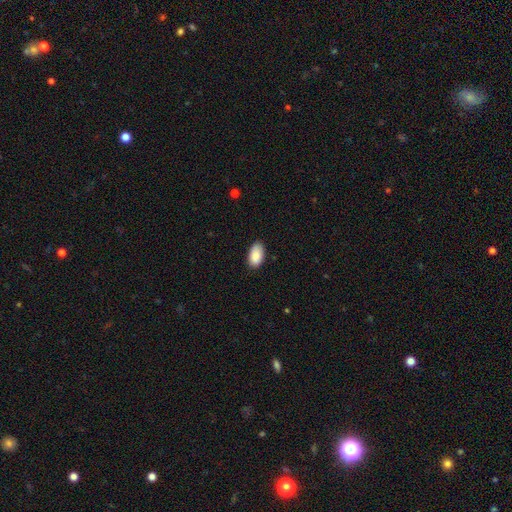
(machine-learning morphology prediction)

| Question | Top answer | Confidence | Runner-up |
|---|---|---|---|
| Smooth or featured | smooth | 88% | star or artifact (7%) |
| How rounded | in between | 95% | round (3%) |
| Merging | none | 81% | minor disturbance (16%) |